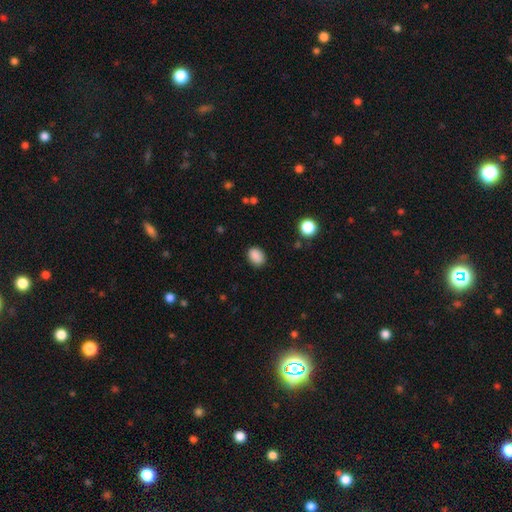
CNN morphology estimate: Smooth or featured? smooth (88%)
How rounded? in between (63%)
Merging? none (84%)